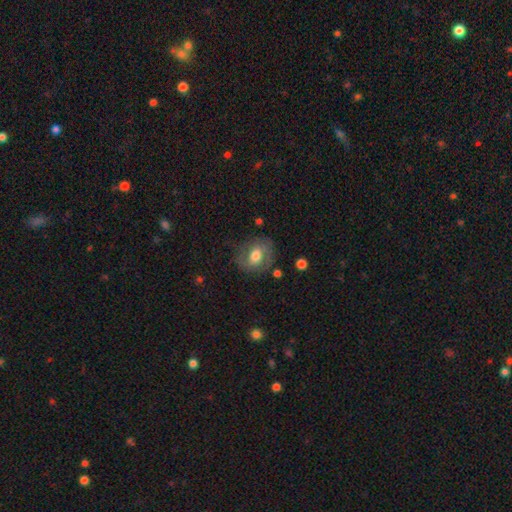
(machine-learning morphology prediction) Overall: smooth (50%; featured or disk 42%). Merging: none (69%).